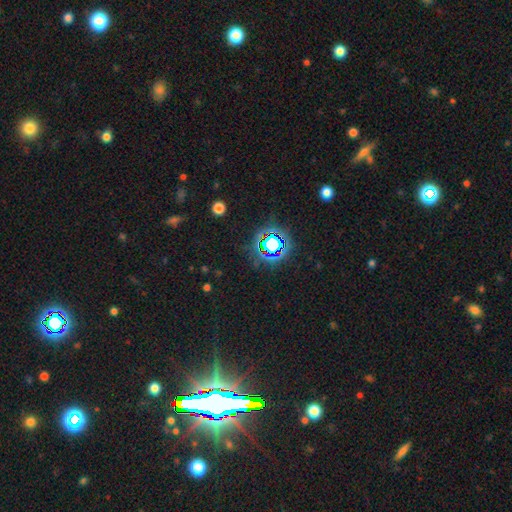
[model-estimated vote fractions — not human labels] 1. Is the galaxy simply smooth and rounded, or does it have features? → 81% star or artifact, 11% smooth, 8% featured or disk.